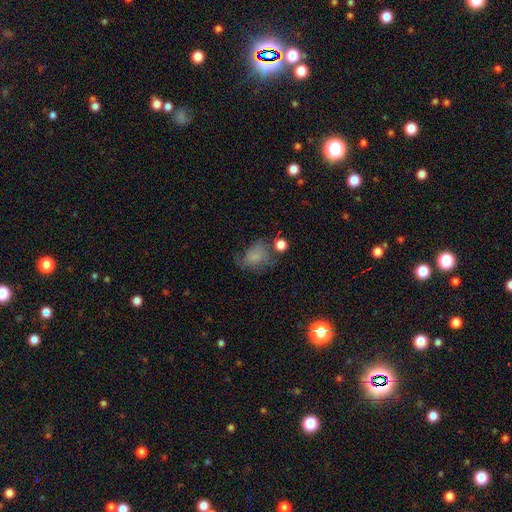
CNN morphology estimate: Q: Smooth or featured?
A: smooth (66%); runner-up: featured or disk (22%)
Q: How rounded?
A: in between (58%); runner-up: round (41%)
Q: Merging?
A: none (37%); runner-up: minor disturbance (28%)